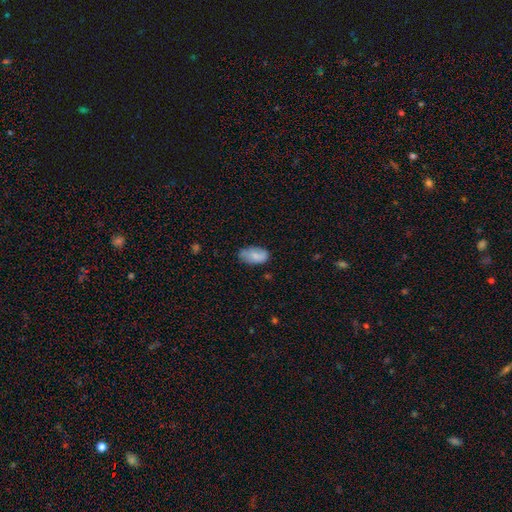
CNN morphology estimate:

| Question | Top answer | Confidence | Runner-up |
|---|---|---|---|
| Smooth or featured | smooth | 79% | featured or disk (14%) |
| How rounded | in between | 94% | round (4%) |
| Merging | none | 62% | minor disturbance (30%) |